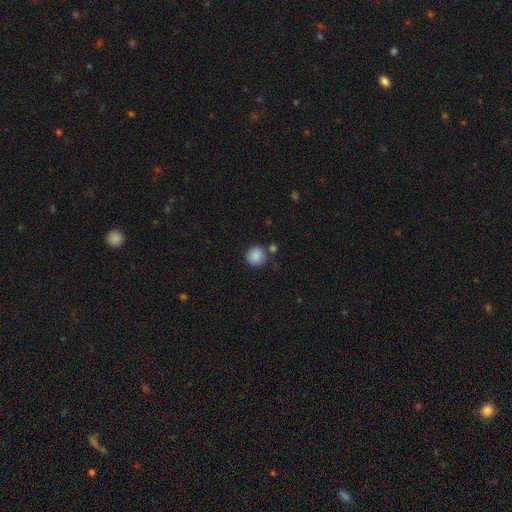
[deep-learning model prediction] Smooth or featured? Predicted: smooth (p=0.88). How rounded? Predicted: round (p=0.91). Merging? Predicted: none (p=0.76).